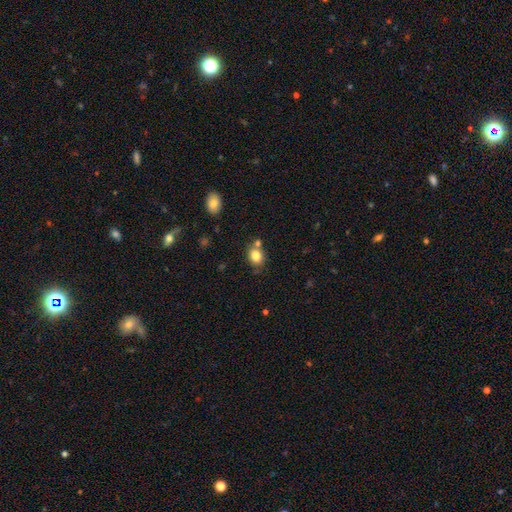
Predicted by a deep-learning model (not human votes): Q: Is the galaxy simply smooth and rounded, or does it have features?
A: smooth — 82%.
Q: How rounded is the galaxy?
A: round — 53%.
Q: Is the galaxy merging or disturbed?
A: none — 65%.